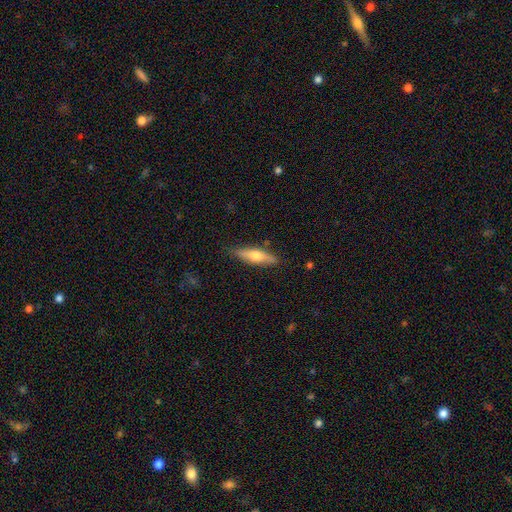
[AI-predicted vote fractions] Q: Smooth or featured?
A: featured or disk (47%); tied with: smooth (47%)
Q: Merging?
A: none (84%); runner-up: minor disturbance (12%)